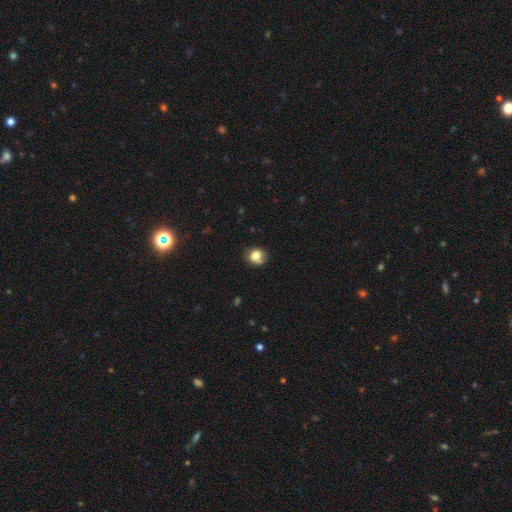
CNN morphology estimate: smooth 76%, featured or disk 13%, star or artifact 11%. Down the decision tree: how rounded — round (70%); merging — none (63%).